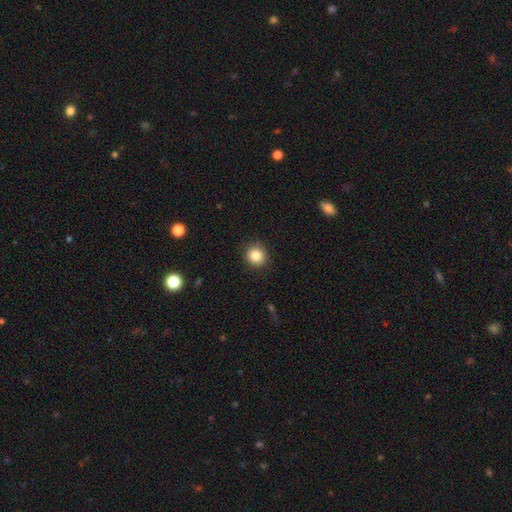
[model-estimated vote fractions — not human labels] Morphology: type=smooth (85%); roundness=round (91%); merging=none (90%).